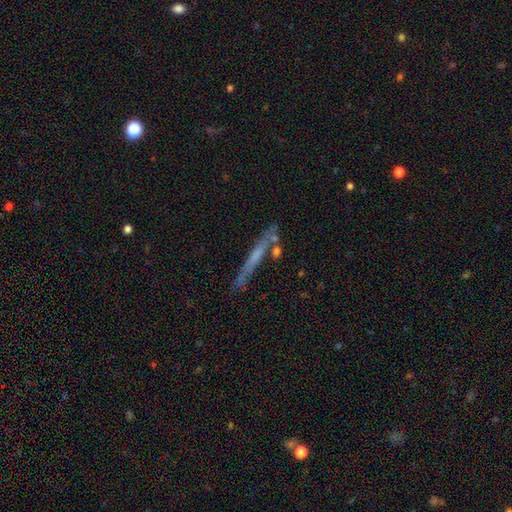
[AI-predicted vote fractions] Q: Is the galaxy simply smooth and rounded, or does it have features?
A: featured or disk — 51%.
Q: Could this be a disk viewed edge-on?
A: yes — 92%.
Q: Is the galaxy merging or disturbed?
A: none — 76%.